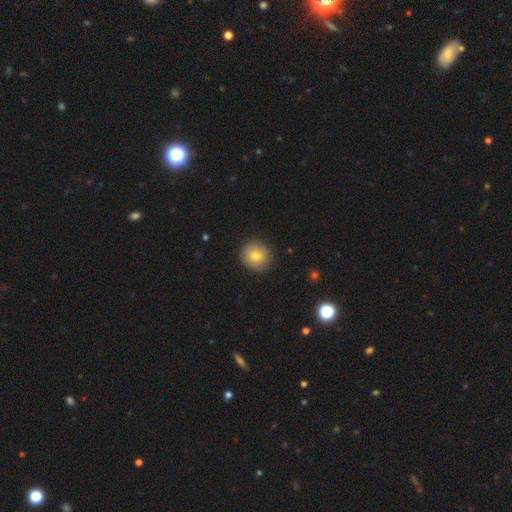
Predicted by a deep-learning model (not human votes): This is likely a smooth galaxy (75%). How rounded: clearly round (91%). Merging: clearly none (89%).